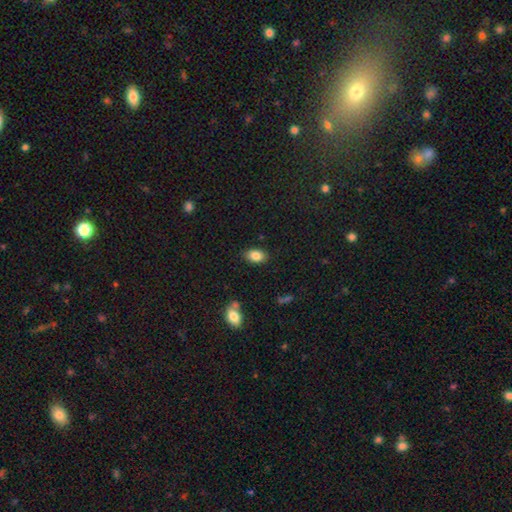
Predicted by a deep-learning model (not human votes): The model was most divided on "merging": none: 85%, minor disturbance: 10%, major disturbance: 2%, merger: 2%. More confident: how rounded — in between (88%); smooth or featured — smooth (85%).